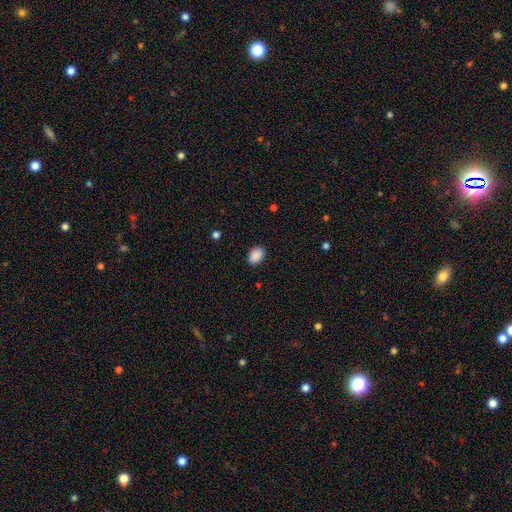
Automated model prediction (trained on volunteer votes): Overall: smooth (89%). How rounded: in between (82%). Merging: none (87%).